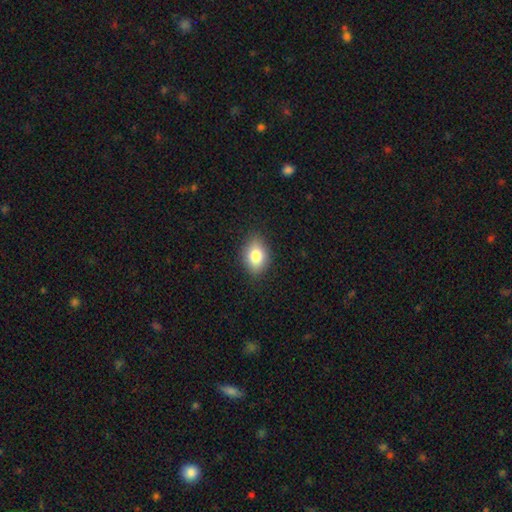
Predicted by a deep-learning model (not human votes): This is clearly a smooth galaxy (81%). How rounded: likely in between (77%). Merging: clearly none (87%).